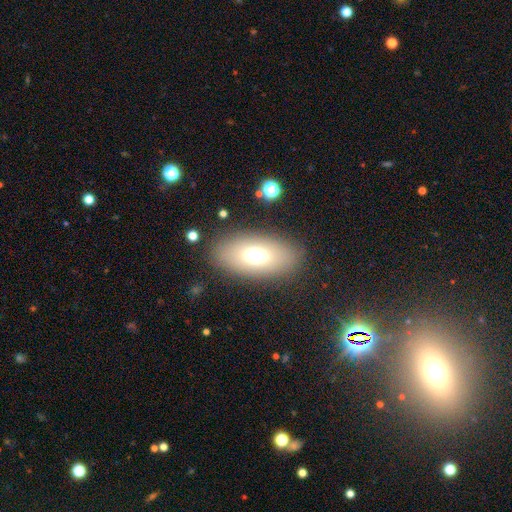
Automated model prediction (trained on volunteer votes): This appears to be a smooth galaxy with no disk features (66%) that is in between round and cigar-shaped (89%). Merging: none (82%).